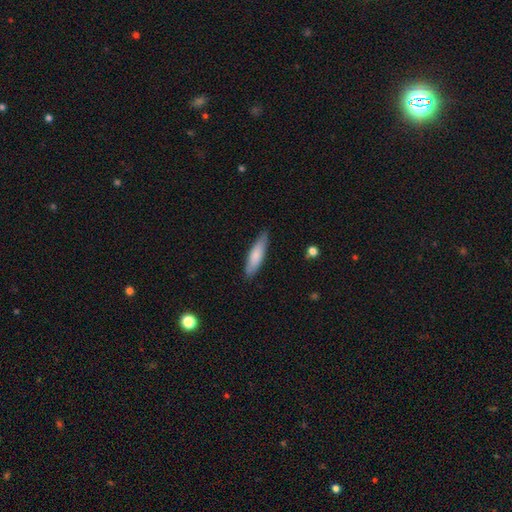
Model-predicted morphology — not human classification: smooth-or-featured: smooth: 77% | featured or disk: 18% | star or artifact: 5%
  how-rounded: cigar-shaped: 74% | in between: 25% | round: 1%
  merging: none: 85% | minor disturbance: 12% | major disturbance: 2% | merger: 1%